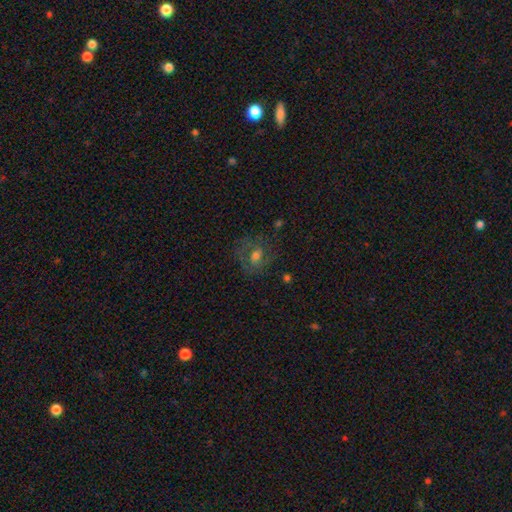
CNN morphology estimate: smooth_or_featured: featured or disk (p=0.56) [alt: smooth p=0.26]
disk_edge_on: no (p=0.96) [alt: yes p=0.04]
bar: no (p=0.48) [alt: weak p=0.42]
has_spiral_arms: yes (p=0.76) [alt: no p=0.24]
bulge_size: moderate (p=0.61) [alt: small p=0.21]
merging: none (p=0.72) [alt: minor disturbance p=0.16]